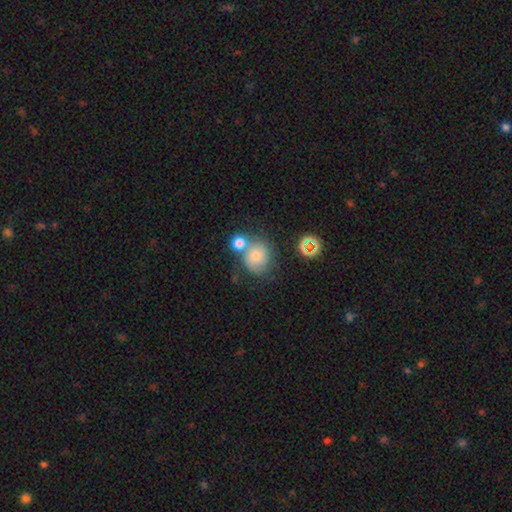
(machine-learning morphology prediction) Smooth or featured? Predicted: smooth (p=0.67). How rounded? Predicted: round (p=0.77). Merging? Predicted: none (p=0.41).